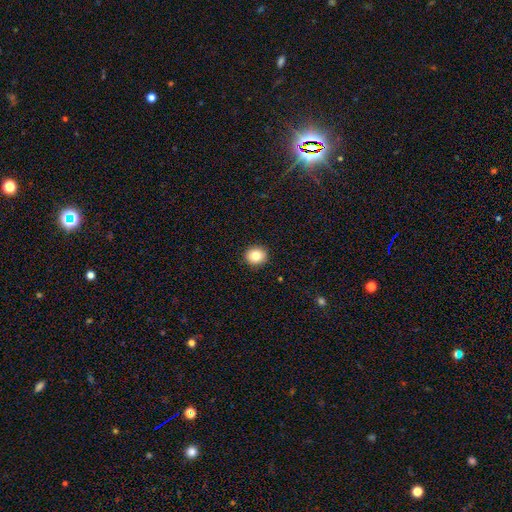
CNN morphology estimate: smooth_or_featured: smooth (p=0.82) [alt: star or artifact p=0.10]
how_rounded: round (p=0.85) [alt: in between p=0.14]
merging: none (p=0.92) [alt: minor disturbance p=0.06]